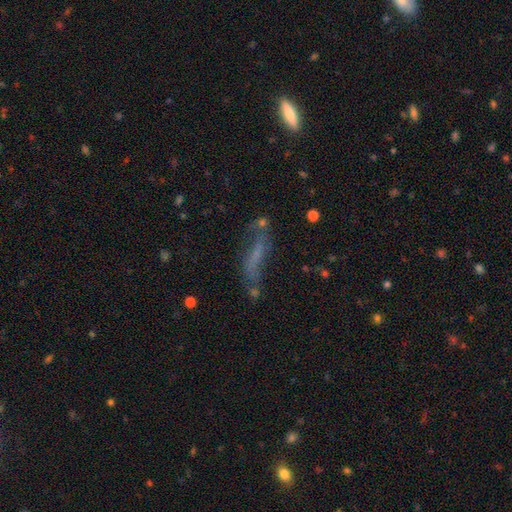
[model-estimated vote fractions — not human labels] Overall: featured or disk (41%; smooth 40%). Merging: none (52%; minor disturbance 21%).